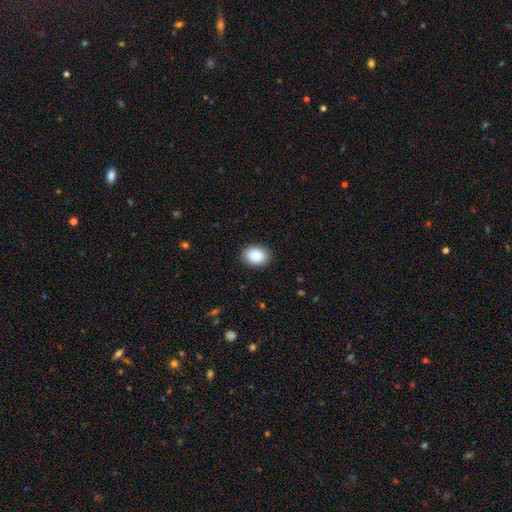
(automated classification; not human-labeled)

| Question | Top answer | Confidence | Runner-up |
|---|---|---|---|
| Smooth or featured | smooth | 90% | star or artifact (7%) |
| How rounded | in between | 72% | round (28%) |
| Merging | none | 88% | minor disturbance (9%) |